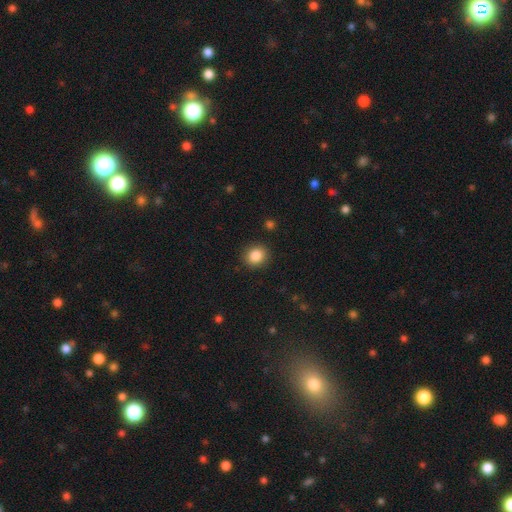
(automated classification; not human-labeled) The model was most divided on "how rounded": round: 78%, in between: 21%, cigar-shaped: 1%. More confident: merging — none (89%); smooth or featured — smooth (86%).